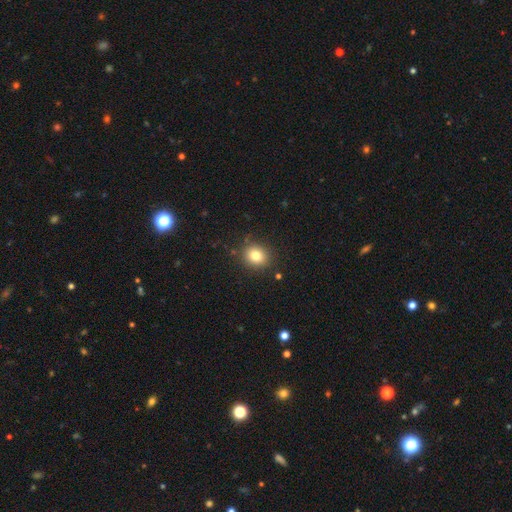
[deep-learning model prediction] A smooth galaxy with no disk features (80%) that is round (72%).

Vote fractions:
- Smooth or featured? smooth: 80% / star or artifact: 12% / featured or disk: 8%
- How rounded? round: 72% / in between: 27% / cigar-shaped: 1%
- Merging? none: 87% / minor disturbance: 9% / major disturbance: 3% / merger: 2%